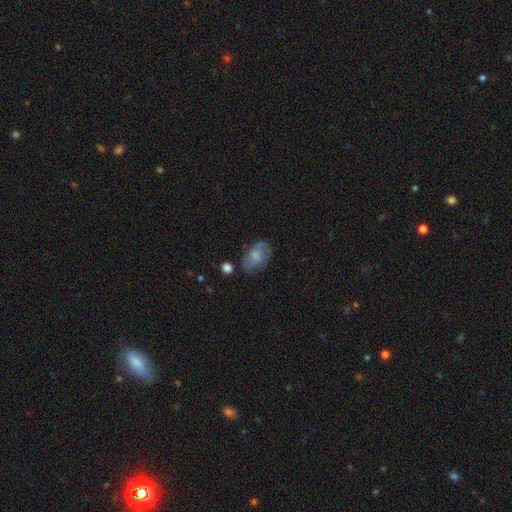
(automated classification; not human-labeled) Smooth or featured? Predicted: smooth (p=0.60). How rounded? Predicted: in between (p=0.87). Merging? Predicted: none (p=0.56).